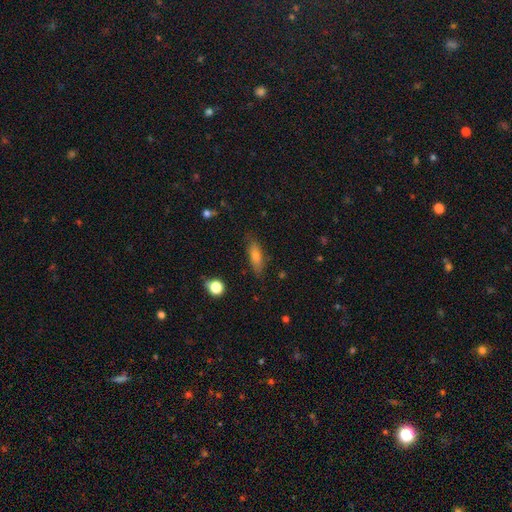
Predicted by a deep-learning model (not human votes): Q: Smooth or featured?
A: smooth (67%); runner-up: featured or disk (24%)
Q: How rounded?
A: cigar-shaped (49%); runner-up: in between (48%)
Q: Merging?
A: none (81%); runner-up: minor disturbance (14%)